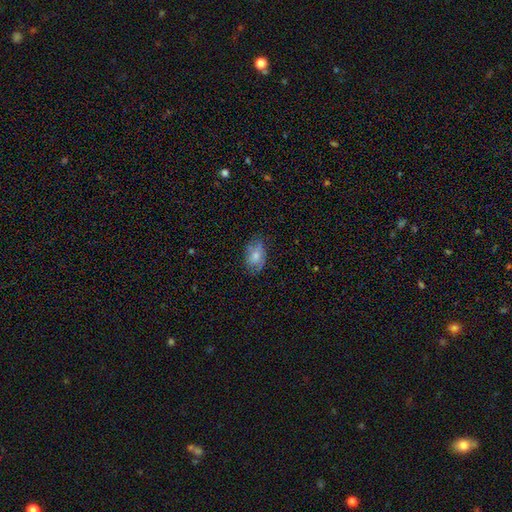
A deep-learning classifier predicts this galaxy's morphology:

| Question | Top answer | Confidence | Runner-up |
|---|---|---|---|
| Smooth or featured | smooth | 69% | featured or disk (23%) |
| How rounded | in between | 86% | round (13%) |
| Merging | none | 66% | minor disturbance (25%) |